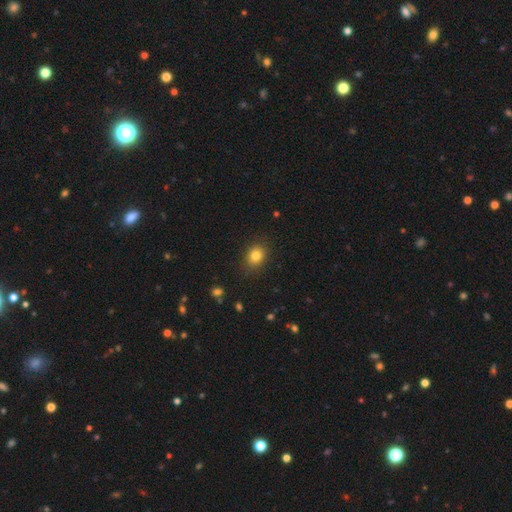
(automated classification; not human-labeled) Q: Smooth or featured?
A: smooth (82%); runner-up: star or artifact (11%)
Q: How rounded?
A: in between (52%); runner-up: round (47%)
Q: Merging?
A: none (86%); runner-up: minor disturbance (10%)